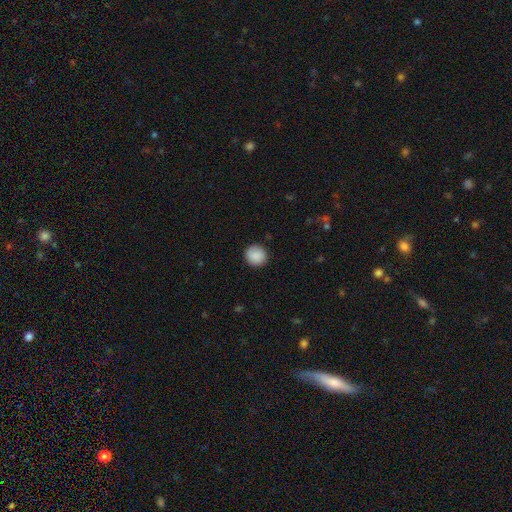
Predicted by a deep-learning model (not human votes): Smooth or featured?
  - smooth: 89% *
  - star or artifact: 7%
  - featured or disk: 4%
How rounded?
  - round: 92% *
  - in between: 7%
  - cigar-shaped: 1%
Merging?
  - none: 89% *
  - minor disturbance: 8%
  - major disturbance: 2%
  - merger: 1%